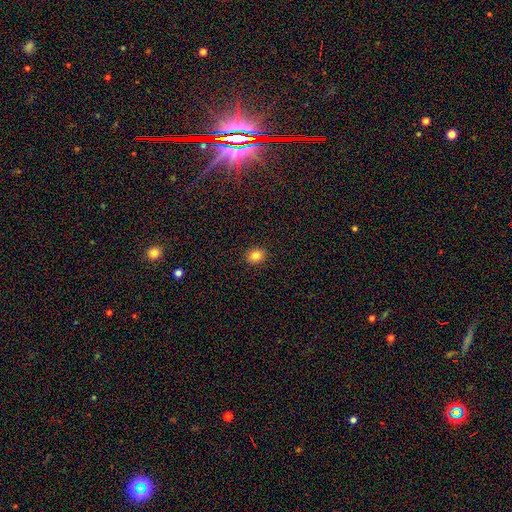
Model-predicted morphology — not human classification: Smooth or featured: smooth — 84% (star or artifact — 11%)
How rounded: round — 63% (in between — 36%)
Merging: none — 91% (minor disturbance — 6%)